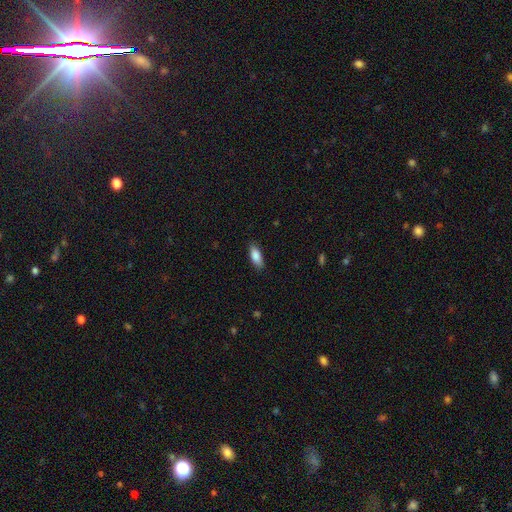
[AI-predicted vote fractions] The model was most divided on "how rounded": in between: 78%, cigar-shaped: 20%, round: 2%. More confident: smooth or featured — smooth (87%); merging — none (85%).